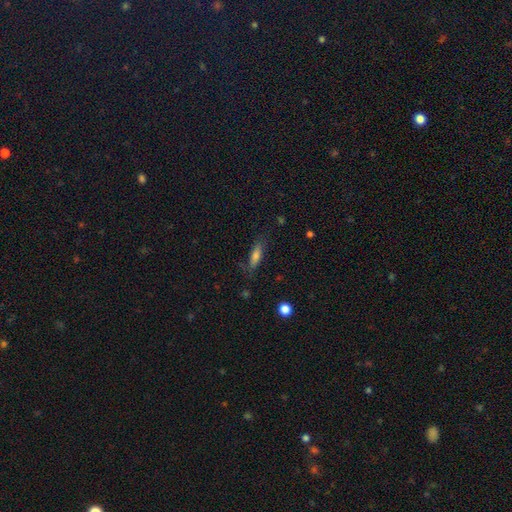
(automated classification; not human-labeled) A smooth galaxy with no disk features (70%) that is cigar-shaped (52%).

Vote fractions:
- Smooth or featured? smooth: 70% / featured or disk: 21% / star or artifact: 9%
- How rounded? cigar-shaped: 52% / in between: 45% / round: 3%
- Merging? none: 75% / minor disturbance: 18% / major disturbance: 6% / merger: 2%